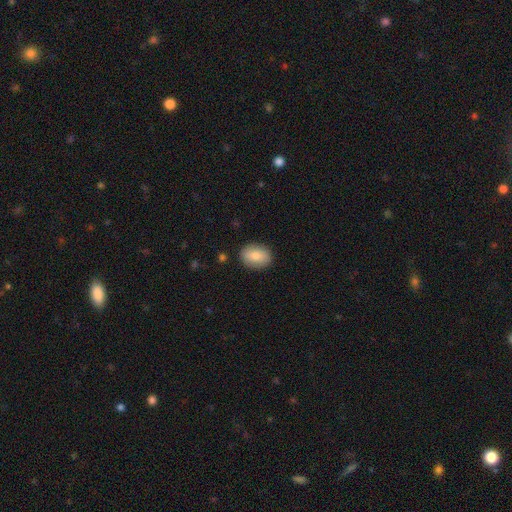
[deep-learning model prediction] Q: Smooth or featured?
A: smooth (81%); runner-up: featured or disk (12%)
Q: How rounded?
A: in between (69%); runner-up: round (30%)
Q: Merging?
A: none (87%); runner-up: minor disturbance (9%)